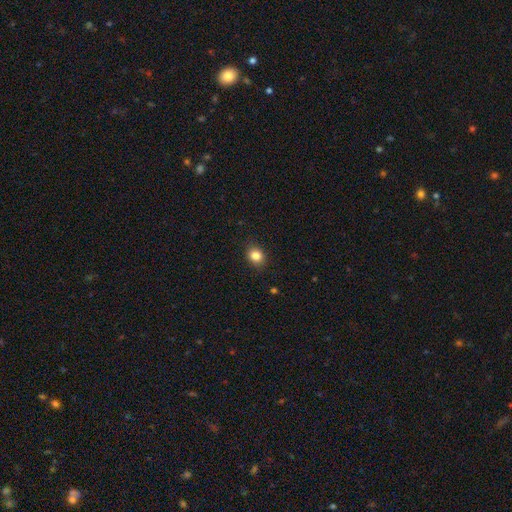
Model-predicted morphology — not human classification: smooth_or_featured: smooth (p=0.84) [alt: star or artifact p=0.11]
how_rounded: round (p=0.63) [alt: in between p=0.36]
merging: none (p=0.87) [alt: minor disturbance p=0.09]